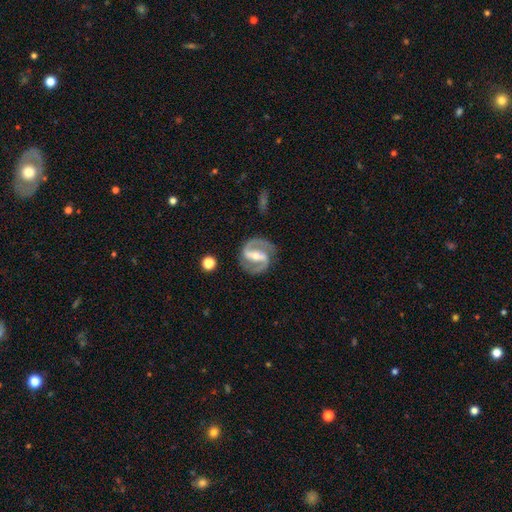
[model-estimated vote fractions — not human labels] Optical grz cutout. It shows a featured or disk galaxy (91%) with a strong bar (69%), 2 (93%) medium (54%) spiral arms (96%) and a moderate central bulge (48%). Merging: none (85%).